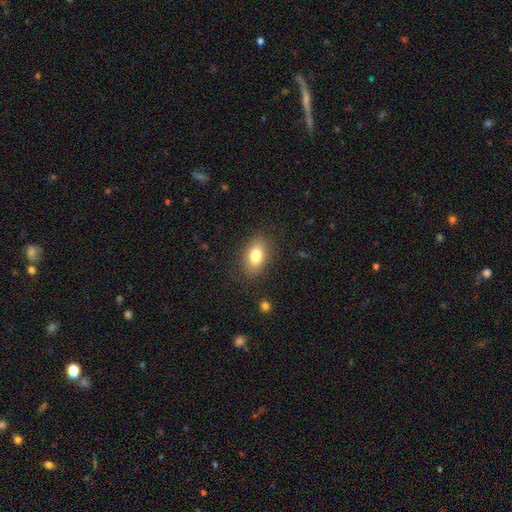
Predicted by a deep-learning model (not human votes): Smooth or featured? smooth (81%)
How rounded? in between (87%)
Merging? none (85%)